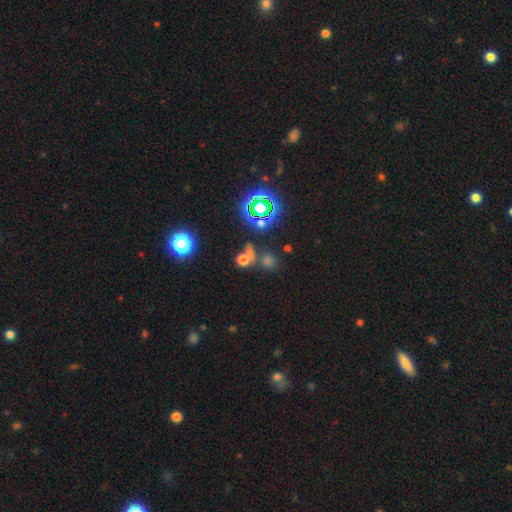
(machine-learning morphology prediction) smooth_or_featured: star or artifact (p=0.63) [alt: smooth p=0.28]